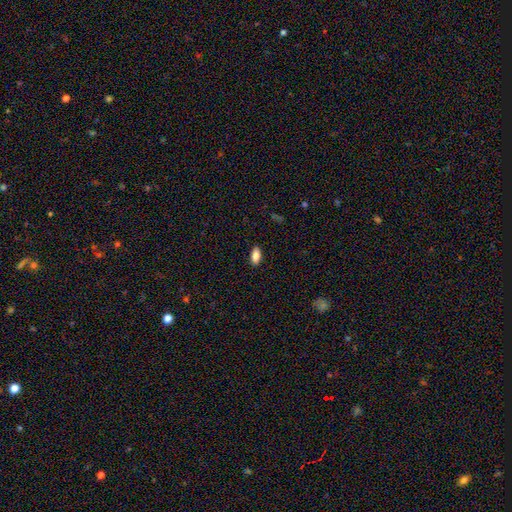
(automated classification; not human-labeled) A smooth galaxy with no disk features (83%) that is in between round and cigar-shaped (89%).

Vote fractions:
- Smooth or featured? smooth: 83% / featured or disk: 10% / star or artifact: 8%
- How rounded? in between: 89% / cigar-shaped: 7% / round: 3%
- Merging? none: 89% / minor disturbance: 8% / major disturbance: 2% / merger: 1%